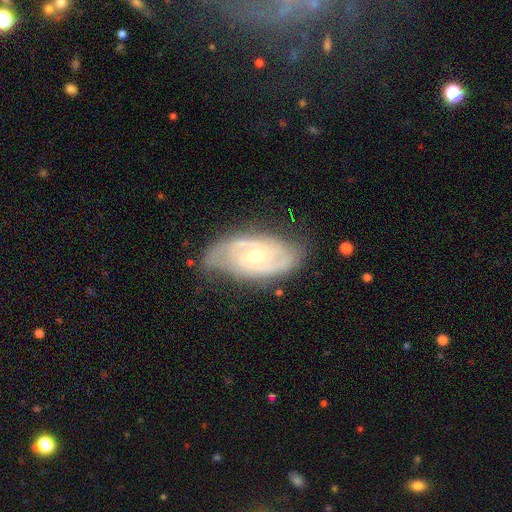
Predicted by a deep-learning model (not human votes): Overall: featured or disk (85%). Edge-on disk: no (94%). Bar: no (58%; weak 34%). Spiral arms: yes (93%). Spiral arm count: 2 (58%; can't tell 19%). Spiral winding: tight (57%; medium 35%). Bulge size: moderate (60%; small 36%). Merging: none (70%).